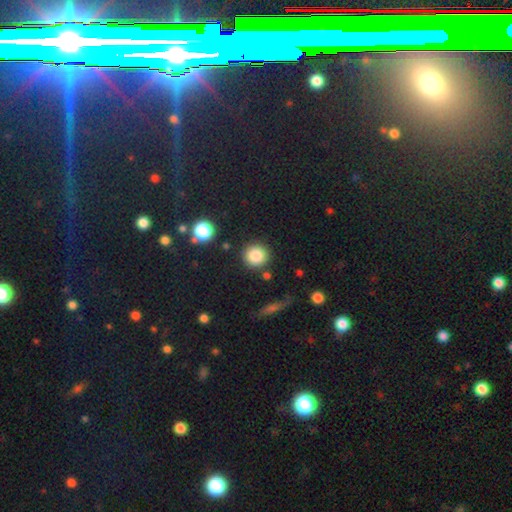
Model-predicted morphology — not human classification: This appears to be a smooth galaxy with no disk features (85%) that is round (92%). Merging: none (85%).